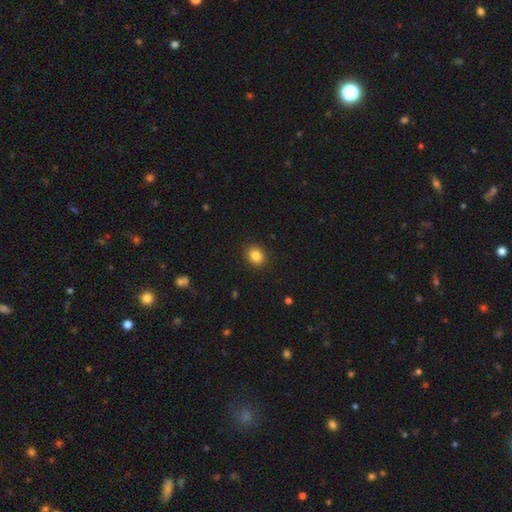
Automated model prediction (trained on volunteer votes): Smooth or featured?
  - smooth: 85% *
  - star or artifact: 10%
  - featured or disk: 5%
How rounded?
  - round: 65% *
  - in between: 34%
  - cigar-shaped: 1%
Merging?
  - none: 91% *
  - minor disturbance: 6%
  - major disturbance: 2%
  - merger: 1%